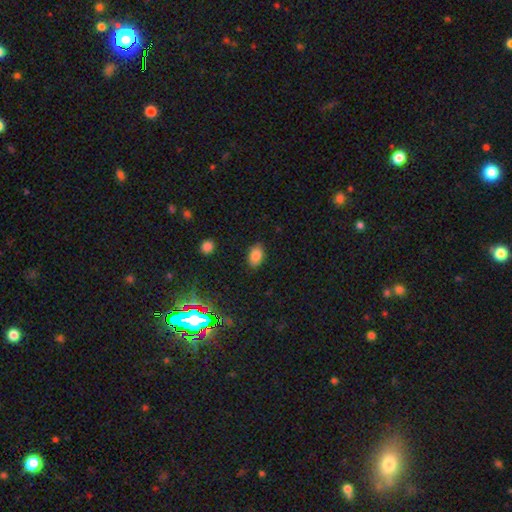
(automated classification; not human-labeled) smooth-or-featured: smooth: 83% | star or artifact: 12% | featured or disk: 6%
  how-rounded: in between: 88% | round: 11% | cigar-shaped: 1%
  merging: none: 86% | minor disturbance: 10% | major disturbance: 3% | merger: 1%